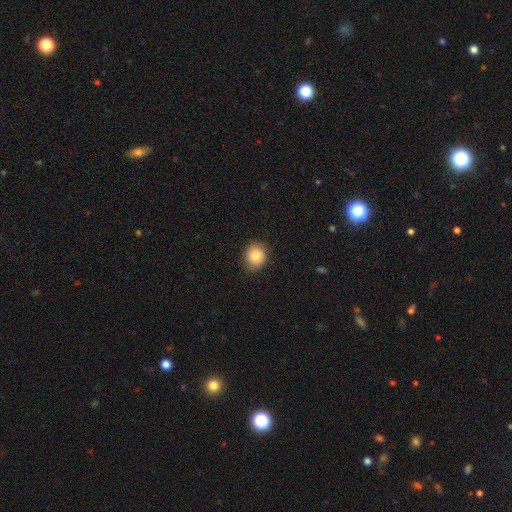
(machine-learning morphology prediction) Q: Smooth or featured?
A: smooth (83%); runner-up: star or artifact (9%)
Q: How rounded?
A: round (77%); runner-up: in between (22%)
Q: Merging?
A: none (84%); runner-up: minor disturbance (13%)